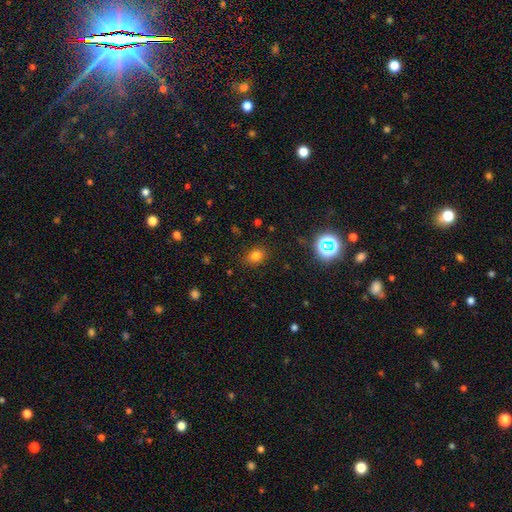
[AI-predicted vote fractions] A smooth galaxy with no disk features (77%) that is in between round and cigar-shaped (51%).

Vote fractions:
- Smooth or featured? smooth: 77% / star or artifact: 16% / featured or disk: 6%
- How rounded? in between: 51% / round: 48% / cigar-shaped: 1%
- Merging? none: 85% / minor disturbance: 11% / major disturbance: 3% / merger: 2%